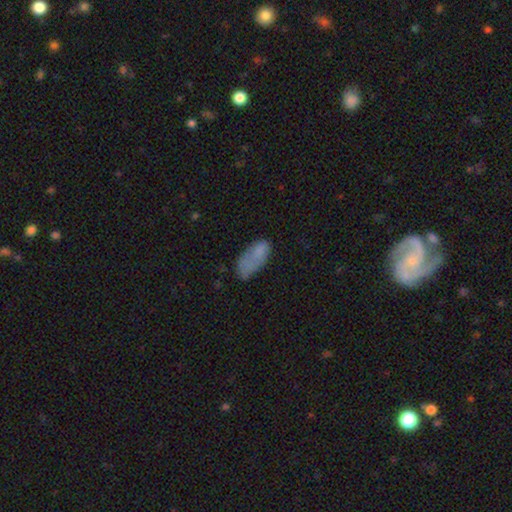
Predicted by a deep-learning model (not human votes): This is likely a smooth galaxy (75%). How rounded: clearly in between (86%). Merging: possibly none (47%).